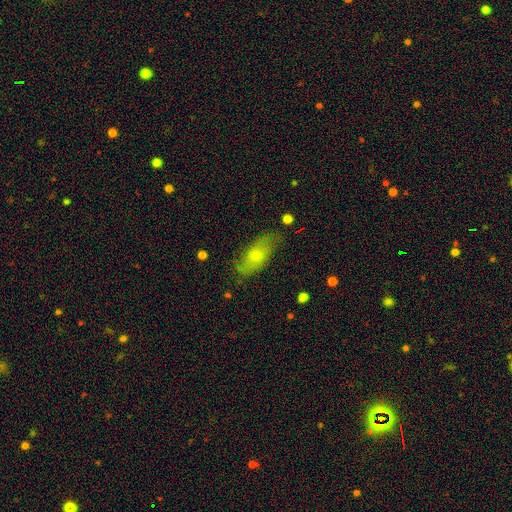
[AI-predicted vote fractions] Smooth or featured? Predicted: smooth (p=0.51). How rounded? Predicted: in between (p=0.81). Merging? Predicted: none (p=0.72).